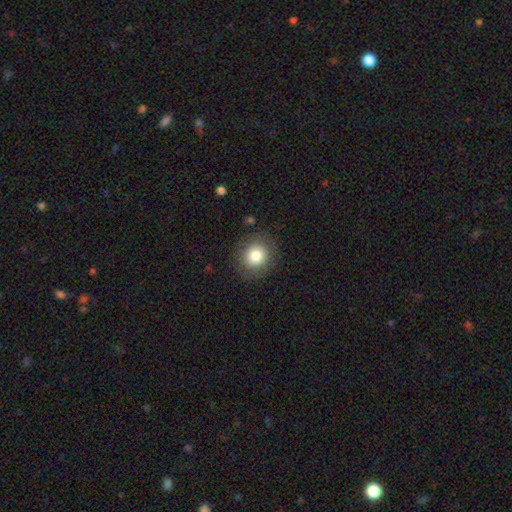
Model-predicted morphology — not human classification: smooth-or-featured: smooth: 80% | featured or disk: 11% | star or artifact: 10%
  how-rounded: round: 87% | in between: 12% | cigar-shaped: 1%
  merging: none: 87% | minor disturbance: 8% | major disturbance: 3% | merger: 1%